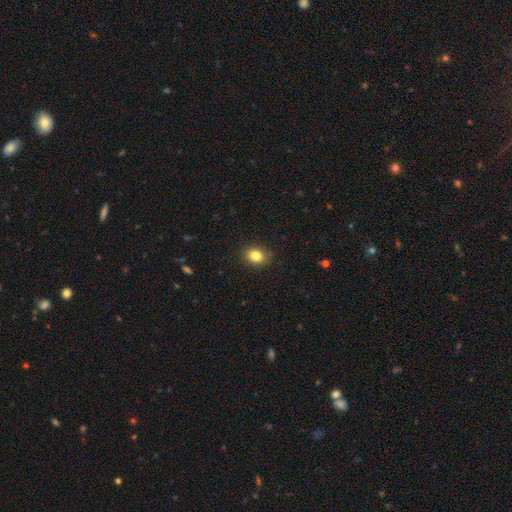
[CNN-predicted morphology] smooth_or_featured: smooth (p=0.84) [alt: star or artifact p=0.10]
how_rounded: in between (p=0.61) [alt: round p=0.38]
merging: none (p=0.86) [alt: minor disturbance p=0.10]